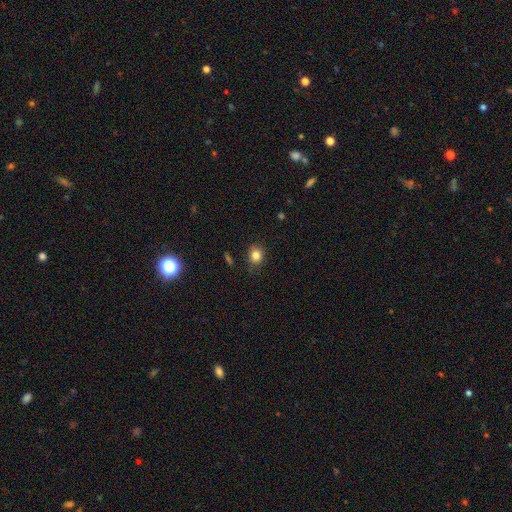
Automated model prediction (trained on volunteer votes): Smooth or featured? Predicted: smooth (p=0.83). How rounded? Predicted: round (p=0.67). Merging? Predicted: none (p=0.82).